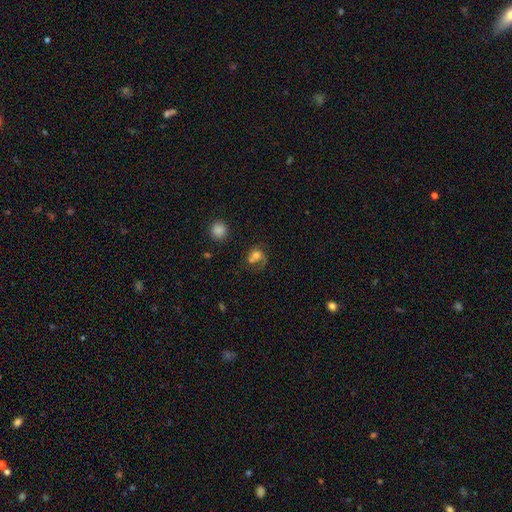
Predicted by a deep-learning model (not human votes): This appears to be a smooth galaxy with no disk features (56%) that is round (67%). Merging: merger (33%).